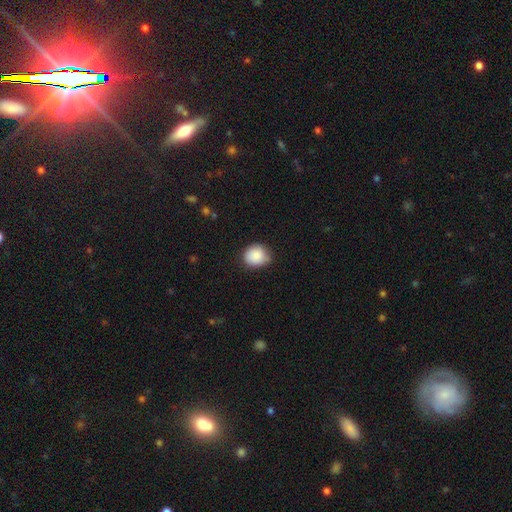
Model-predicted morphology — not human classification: smooth-or-featured: smooth: 86% | star or artifact: 8% | featured or disk: 6%
  how-rounded: round: 75% | in between: 24% | cigar-shaped: 1%
  merging: none: 70% | minor disturbance: 25% | major disturbance: 3% | merger: 2%